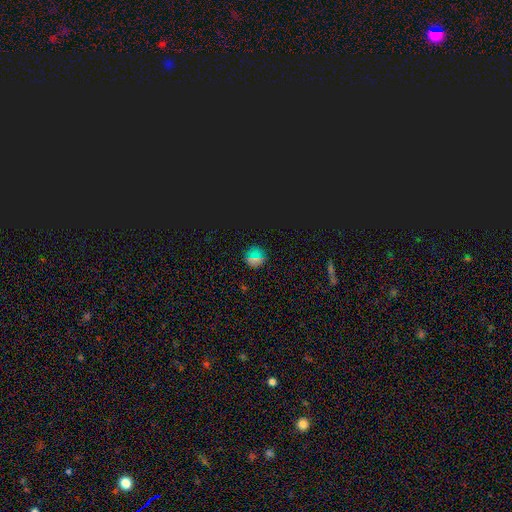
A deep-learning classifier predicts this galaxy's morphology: Overall: smooth (54%; star or artifact 39%). How rounded: round (90%). Merging: none (89%).